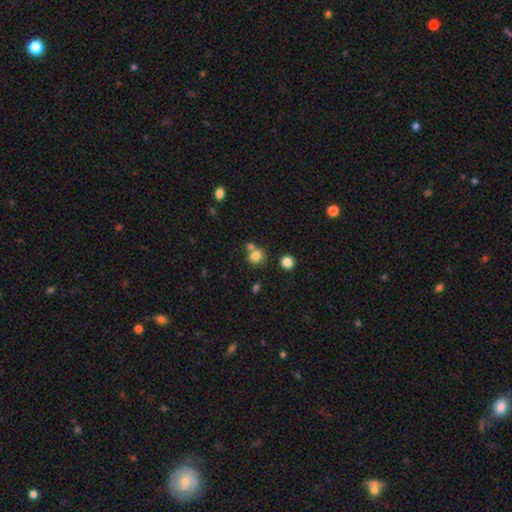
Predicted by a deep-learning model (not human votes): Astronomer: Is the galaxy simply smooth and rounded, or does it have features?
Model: smooth — 80%.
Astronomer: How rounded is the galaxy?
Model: round — 82%.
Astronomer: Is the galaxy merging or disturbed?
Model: none — 58%.